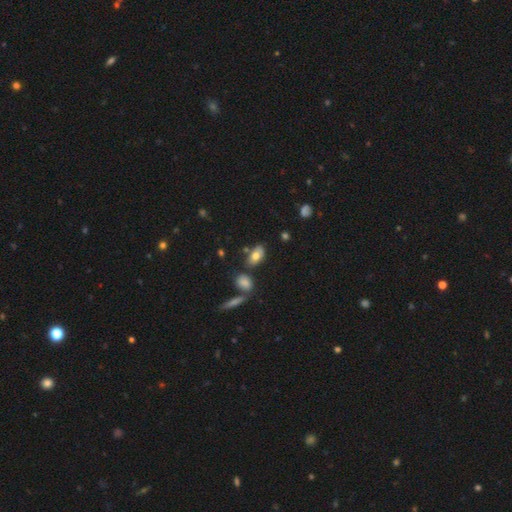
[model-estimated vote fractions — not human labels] smooth 74%, featured or disk 18%, star or artifact 8%. Down the decision tree: how rounded — in between (91%); merging — none (71%).